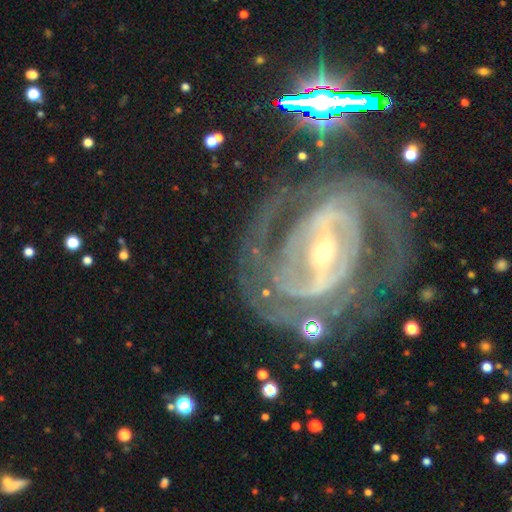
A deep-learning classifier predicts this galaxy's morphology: A featured or disk galaxy (89%) with a strong bar (66%), 2 (61%) tight (49%) spiral arms (93%) and a small central bulge (67%). Merging: none (69%).